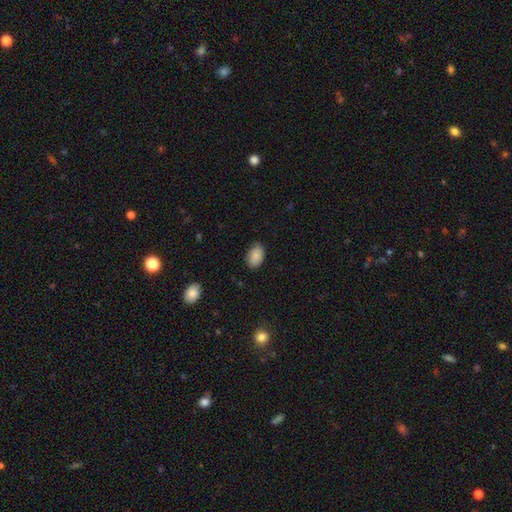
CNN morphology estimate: This is clearly a smooth galaxy (88%). How rounded: clearly in between (88%). Merging: clearly none (82%).